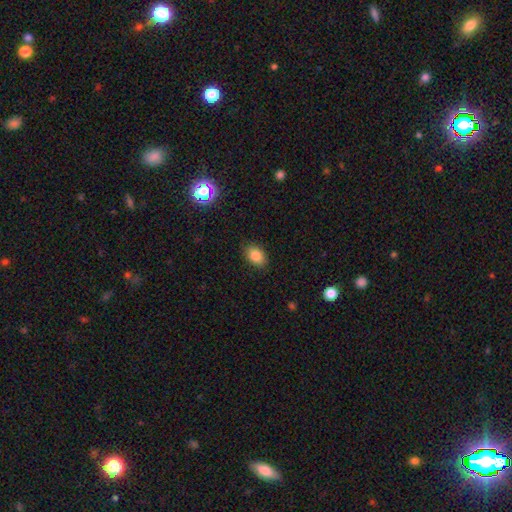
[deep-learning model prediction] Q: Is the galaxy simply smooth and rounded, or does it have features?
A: smooth — 84%.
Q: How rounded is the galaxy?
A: in between — 82%.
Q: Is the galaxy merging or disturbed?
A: none — 86%.